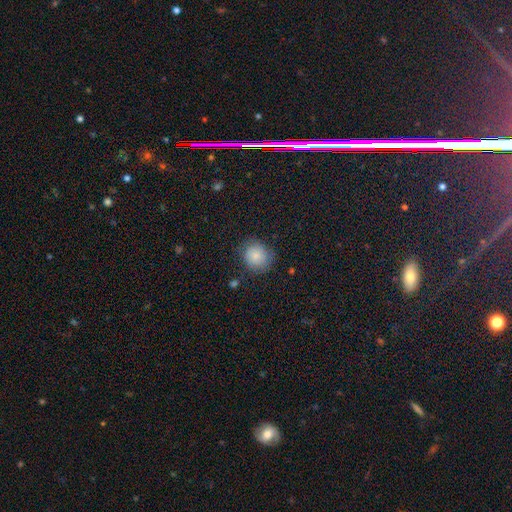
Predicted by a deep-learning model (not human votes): This appears to be a smooth galaxy with no disk features (83%) that is round (83%). Merging: none (76%).